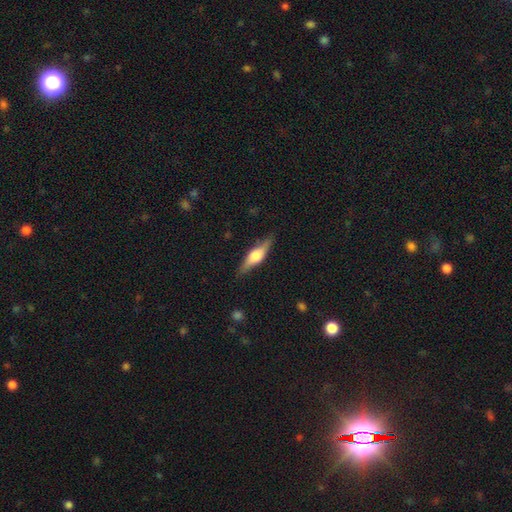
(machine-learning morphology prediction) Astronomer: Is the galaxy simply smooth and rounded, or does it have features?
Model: featured or disk — 61%.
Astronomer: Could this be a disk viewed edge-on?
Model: yes — 94%.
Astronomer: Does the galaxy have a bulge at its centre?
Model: rounded — 89%.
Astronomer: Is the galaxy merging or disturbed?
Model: none — 84%.